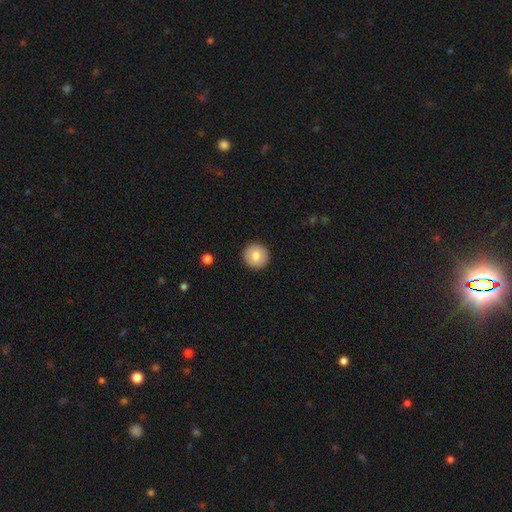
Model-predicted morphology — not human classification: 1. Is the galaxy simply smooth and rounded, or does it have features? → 78% smooth, 14% featured or disk, 8% star or artifact.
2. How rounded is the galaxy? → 96% round, 3% in between, 1% cigar-shaped.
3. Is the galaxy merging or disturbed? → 93% none, 5% minor disturbance, 1% major disturbance, 1% merger.